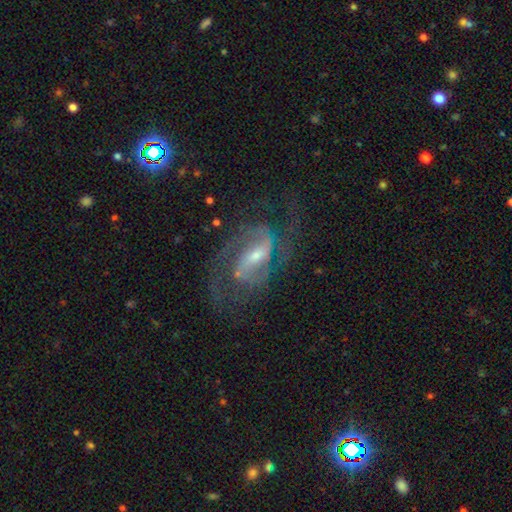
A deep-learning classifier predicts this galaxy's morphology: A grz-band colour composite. It shows a featured or disk galaxy (87%) with a weak bar (44%), 2 (77%) medium (54%) spiral arms (95%) and a small central bulge (58%). Merging: none (63%).